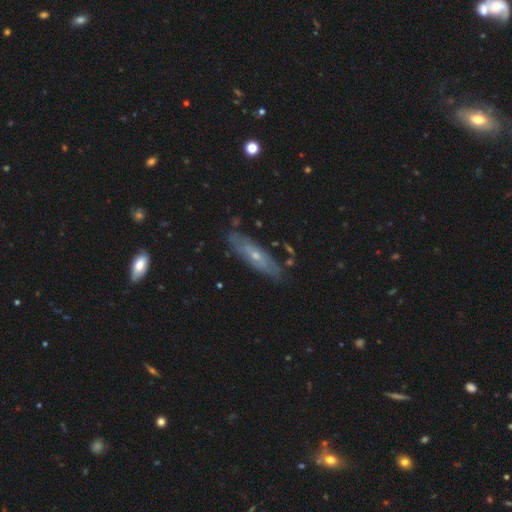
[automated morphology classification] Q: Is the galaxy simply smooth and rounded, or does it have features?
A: featured or disk — 64%.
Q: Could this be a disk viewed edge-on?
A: no — 55%.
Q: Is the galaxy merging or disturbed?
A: none — 79%.